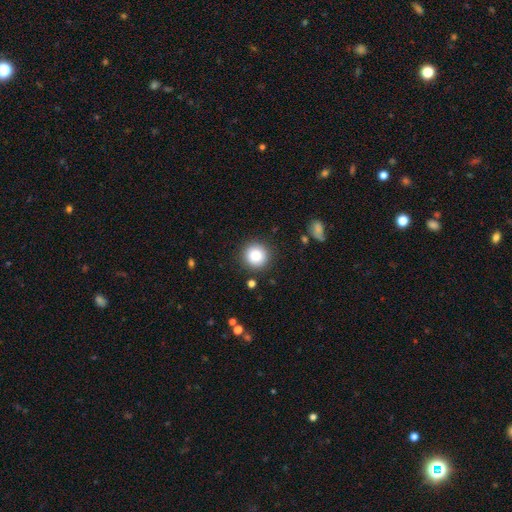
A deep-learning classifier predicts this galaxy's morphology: Smooth or featured?
  - smooth: 84% *
  - star or artifact: 9%
  - featured or disk: 6%
How rounded?
  - round: 94% *
  - in between: 5%
  - cigar-shaped: 1%
Merging?
  - none: 89% *
  - minor disturbance: 7%
  - major disturbance: 2%
  - merger: 2%